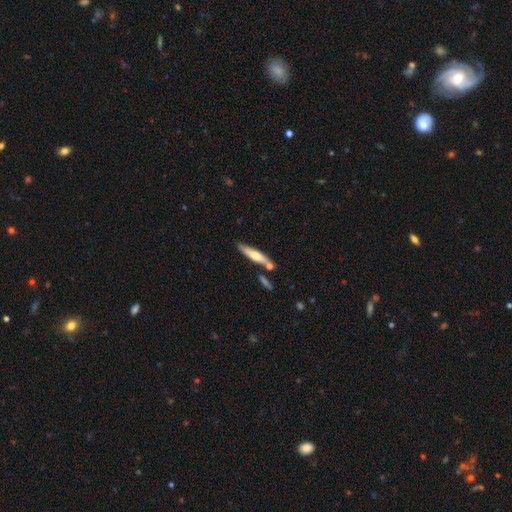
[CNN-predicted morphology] This appears to be a smooth galaxy with no disk features (52%) that is cigar-shaped (85%). Merging: none (71%).